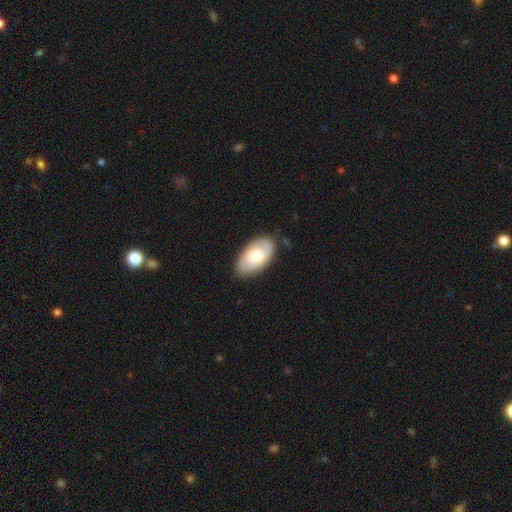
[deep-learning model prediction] smooth 67%, featured or disk 27%, star or artifact 6%. Down the decision tree: how rounded — in between (95%); merging — none (80%).